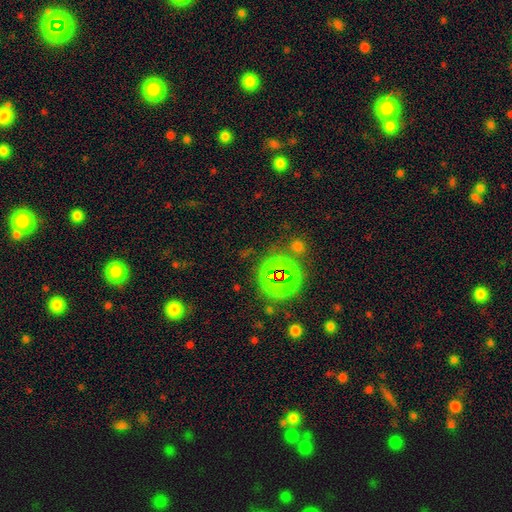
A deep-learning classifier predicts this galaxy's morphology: Smooth or featured?
  - star or artifact: 68% *
  - smooth: 20%
  - featured or disk: 13%